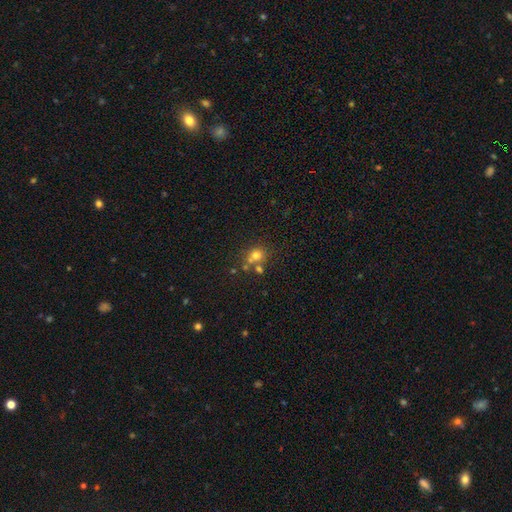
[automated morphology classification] Smooth or featured? Predicted: smooth (p=0.70). How rounded? Predicted: round (p=0.78). Merging? Predicted: none (p=0.52).